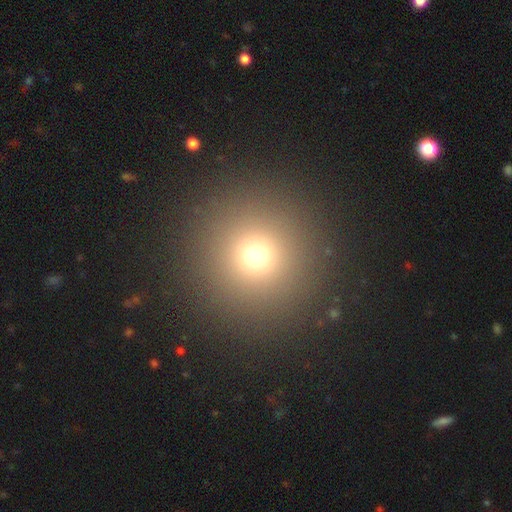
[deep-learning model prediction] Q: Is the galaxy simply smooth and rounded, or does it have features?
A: smooth — 70%.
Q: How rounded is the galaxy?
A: round — 96%.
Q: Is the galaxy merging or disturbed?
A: none — 92%.